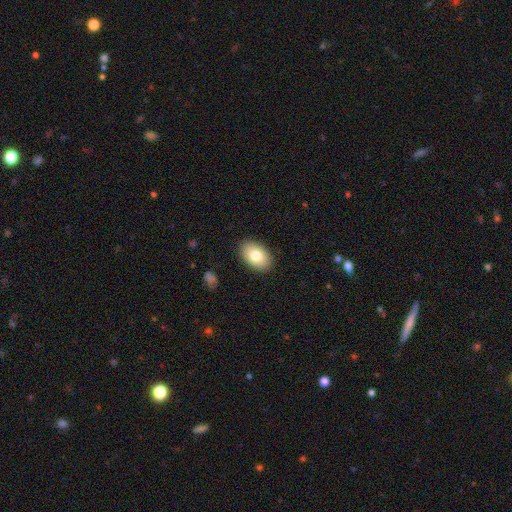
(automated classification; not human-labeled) smooth 80%, featured or disk 13%, star or artifact 7%. Down the decision tree: how rounded — in between (91%); merging — none (89%).